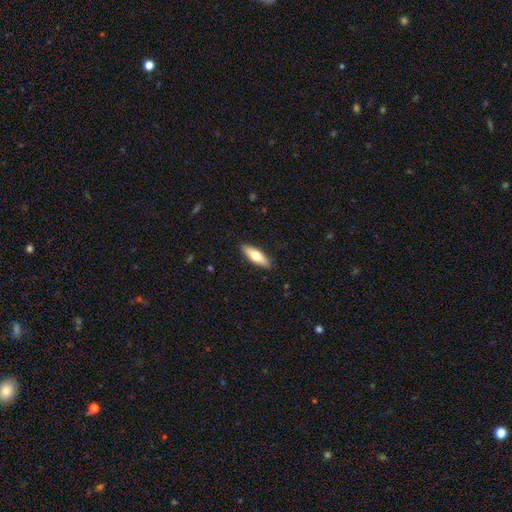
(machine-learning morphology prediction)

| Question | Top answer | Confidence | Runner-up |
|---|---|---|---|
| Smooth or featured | smooth | 64% | featured or disk (31%) |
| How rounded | in between | 49% | cigar-shaped (48%) |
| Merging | none | 90% | minor disturbance (7%) |